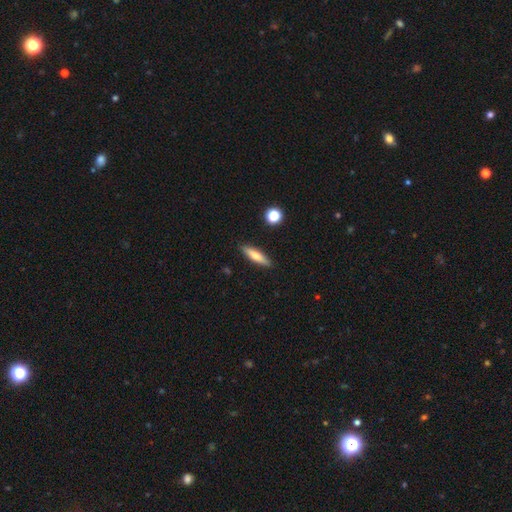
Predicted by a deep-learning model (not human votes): Overall: smooth (67%). How rounded: cigar-shaped (73%). Merging: none (88%).